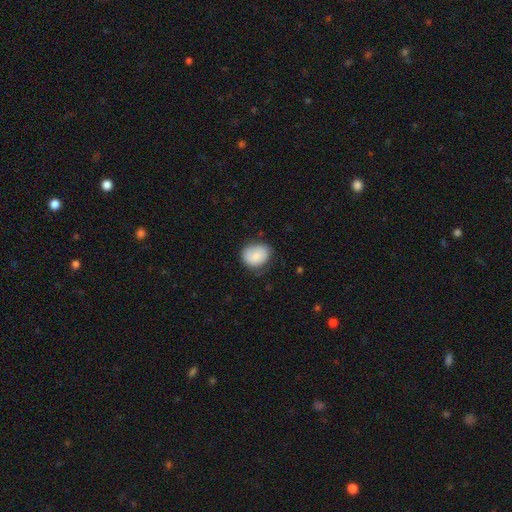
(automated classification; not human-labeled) Smooth or featured? smooth (80%)
How rounded? round (56%)
Merging? none (66%)